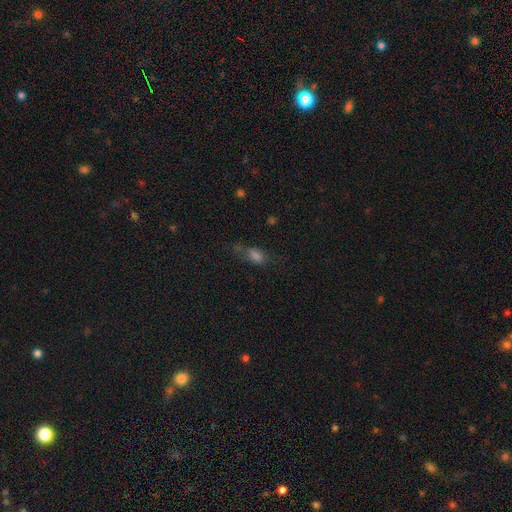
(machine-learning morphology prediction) A smooth galaxy with no disk features (69%) that is in between round and cigar-shaped (80%).

Vote fractions:
- Smooth or featured? smooth: 69% / featured or disk: 17% / star or artifact: 14%
- How rounded? in between: 80% / cigar-shaped: 12% / round: 8%
- Merging? none: 44% / minor disturbance: 26% / major disturbance: 25% / merger: 5%